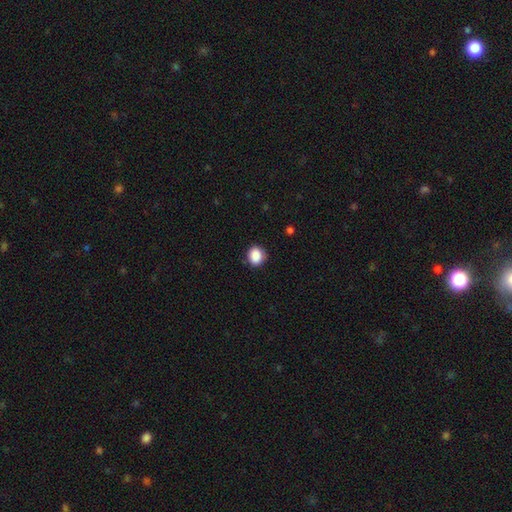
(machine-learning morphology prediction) This appears to be a smooth galaxy with no disk features (88%) that is round (73%). Merging: none (83%).